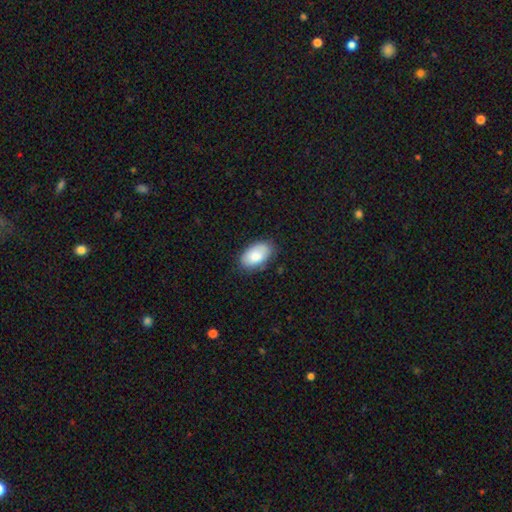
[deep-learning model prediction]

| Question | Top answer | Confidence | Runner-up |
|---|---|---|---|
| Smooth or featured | smooth | 81% | featured or disk (12%) |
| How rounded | in between | 94% | round (5%) |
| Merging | none | 77% | minor disturbance (19%) |